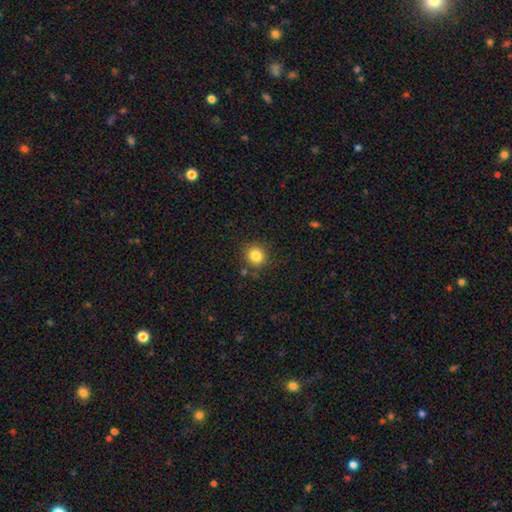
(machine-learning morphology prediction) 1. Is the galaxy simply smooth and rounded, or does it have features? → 83% smooth, 11% star or artifact, 5% featured or disk.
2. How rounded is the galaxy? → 90% round, 9% in between, 1% cigar-shaped.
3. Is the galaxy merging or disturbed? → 85% none, 9% minor disturbance, 3% merger, 3% major disturbance.